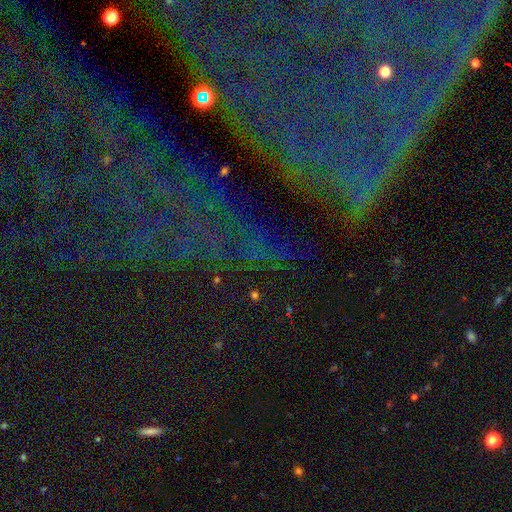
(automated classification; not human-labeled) This appears to be a star or artifact, not a galaxy (77%).